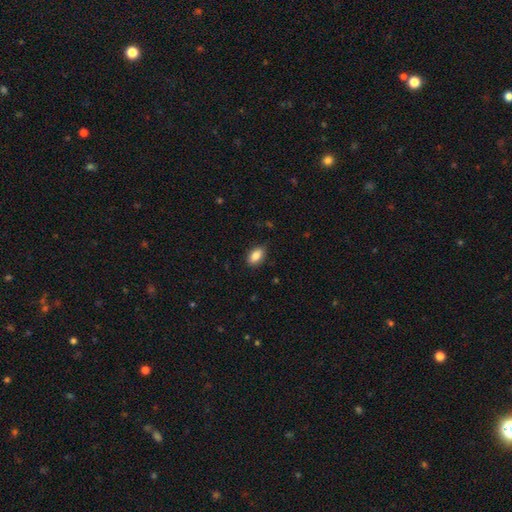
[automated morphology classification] This appears to be a smooth galaxy with no disk features (85%) that is in between round and cigar-shaped (90%). Merging: none (86%).